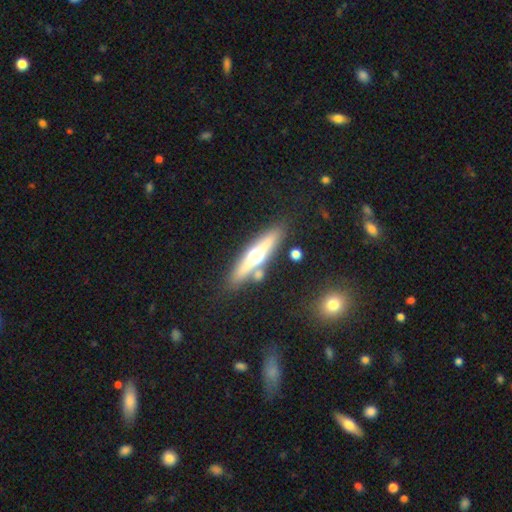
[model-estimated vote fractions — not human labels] smooth_or_featured: featured or disk (p=0.62) [alt: smooth p=0.31]
disk_edge_on: yes (p=0.93) [alt: no p=0.07]
edge_on_bulge: rounded (p=0.94) [alt: none p=0.03]
merging: none (p=0.79) [alt: minor disturbance p=0.10]